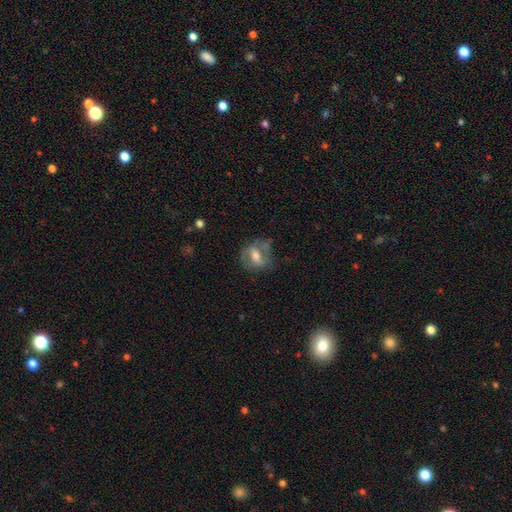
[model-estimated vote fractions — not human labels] This is possibly a featured or disk galaxy (51%). It is clearly not viewed edge-on (94%). Merging: possibly none (53%).